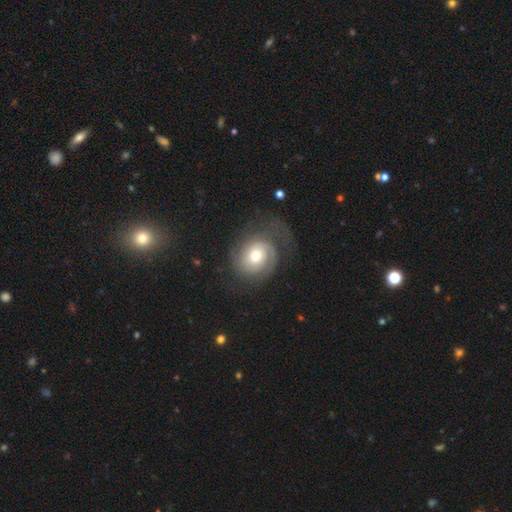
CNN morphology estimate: A featured or disk galaxy (71%) with no bar (74%), 2 (46%) tight (56%) spiral arms (90%) and a moderate central bulge (66%).

Vote fractions:
- Smooth or featured? featured or disk: 71% / smooth: 22% / star or artifact: 6%
- Edge-on disk? no: 97% / yes: 3%
- Bar? no: 74% / weak: 22% / strong: 5%
- Spiral arms? yes: 90% / no: 10%
- Spiral winding? tight: 56% / medium: 30% / loose: 14%
- Spiral arm count? 2: 46% / 1: 23% / can't tell: 19% / 3: 7% / 4: 3% / more than 4: 3%
- Bulge size? moderate: 66% / small: 21% / large: 10% / dominant: 1% / none: 1%
- Merging? none: 59% / major disturbance: 22% / minor disturbance: 18% / merger: 2%